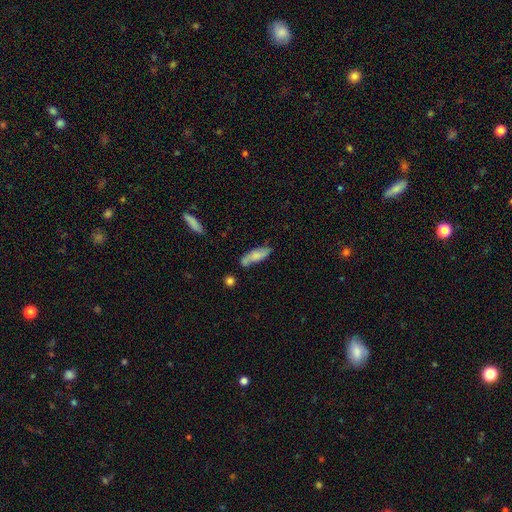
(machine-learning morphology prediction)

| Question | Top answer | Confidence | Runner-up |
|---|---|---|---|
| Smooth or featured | smooth | 68% | featured or disk (26%) |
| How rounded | in between | 52% | cigar-shaped (45%) |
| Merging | none | 65% | minor disturbance (23%) |